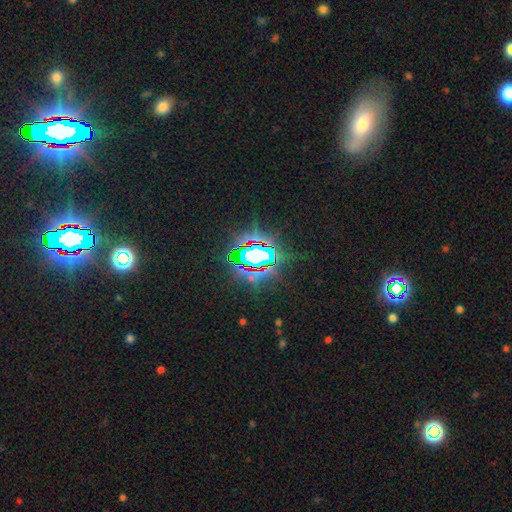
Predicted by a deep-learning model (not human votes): Smooth or featured: star or artifact — 74% (smooth — 13%)